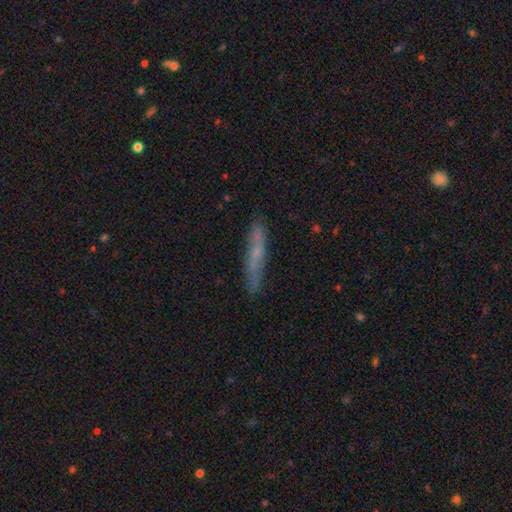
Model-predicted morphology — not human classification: Overall: smooth (47%; featured or disk 45%). Merging: none (79%).